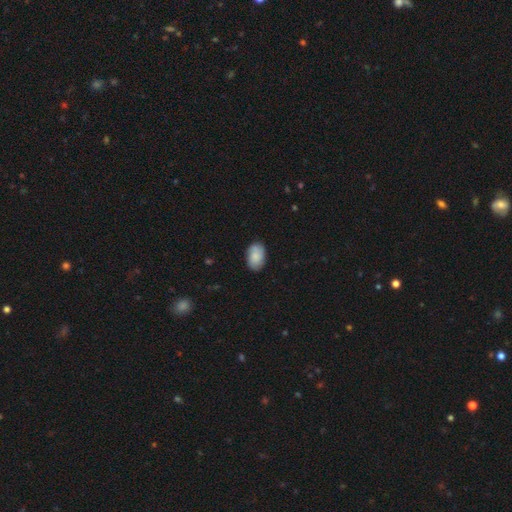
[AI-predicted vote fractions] Overall: smooth (81%). How rounded: in between (91%). Merging: none (82%).